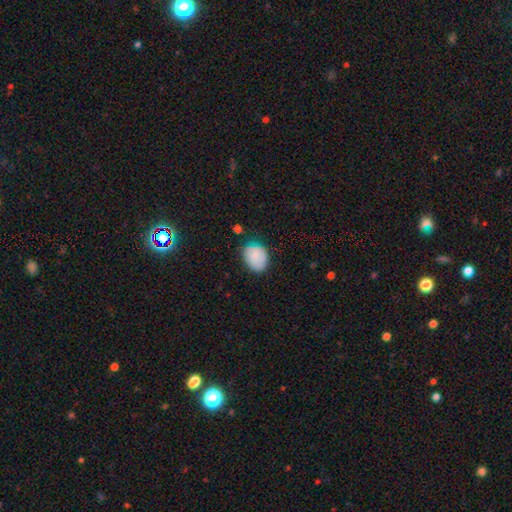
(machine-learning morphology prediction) This is clearly a smooth galaxy (81%). How rounded: possibly in between (57%). Merging: likely none (68%).